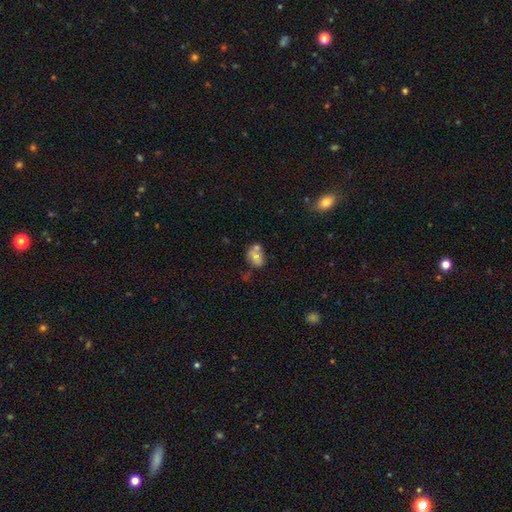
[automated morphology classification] Smooth or featured? smooth (66%)
How rounded? in between (69%)
Merging? merger (41%)